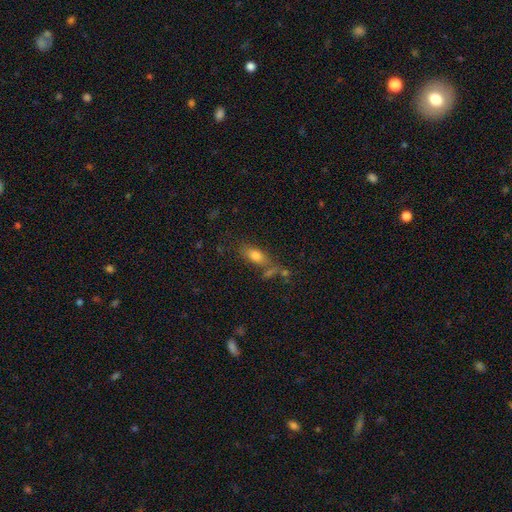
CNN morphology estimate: Smooth or featured?
  - smooth: 74% *
  - featured or disk: 15%
  - star or artifact: 11%
How rounded?
  - in between: 79% *
  - cigar-shaped: 15%
  - round: 5%
Merging?
  - none: 58% *
  - minor disturbance: 17%
  - merger: 16%
  - major disturbance: 8%